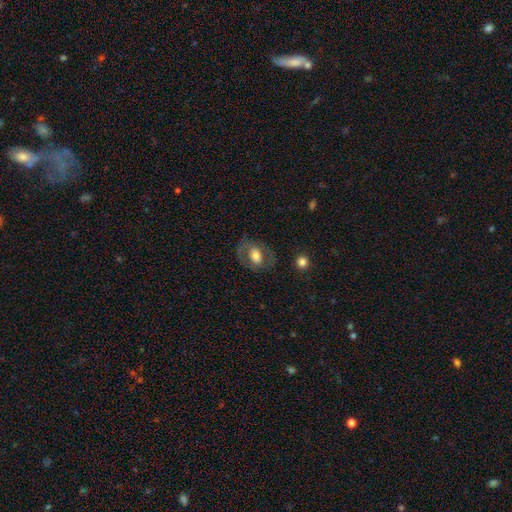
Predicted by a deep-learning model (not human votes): Smooth or featured?
  - smooth: 47% *
  - featured or disk: 45%
  - star or artifact: 7%
Merging?
  - none: 70% *
  - minor disturbance: 16%
  - major disturbance: 12%
  - merger: 2%